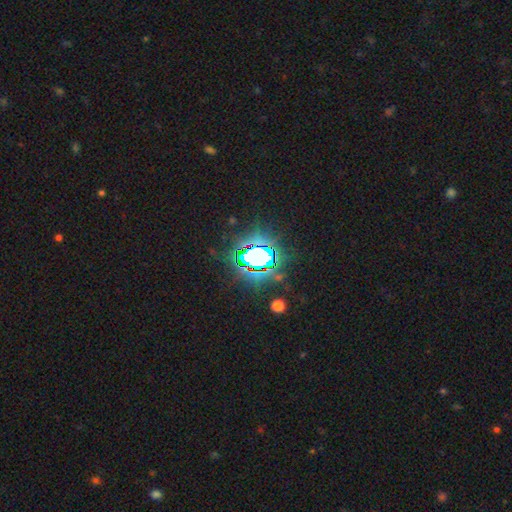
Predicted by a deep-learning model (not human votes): Smooth or featured?
  - star or artifact: 74% *
  - smooth: 15%
  - featured or disk: 11%